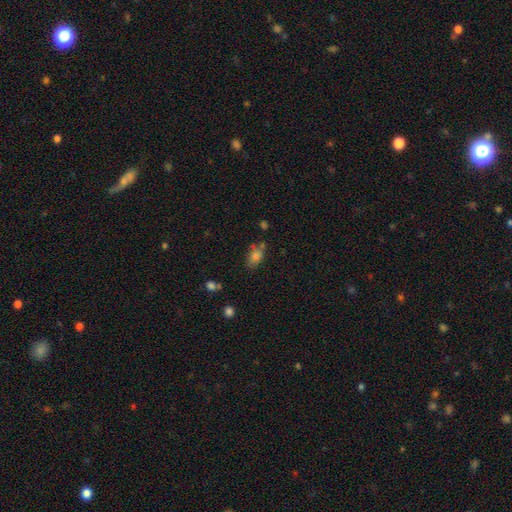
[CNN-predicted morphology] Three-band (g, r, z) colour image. It shows a smooth galaxy with no disk features (76%) that is in between round and cigar-shaped (84%). Merging: none (61%).